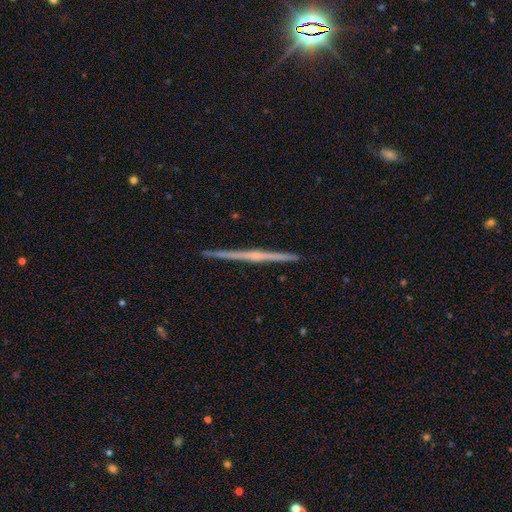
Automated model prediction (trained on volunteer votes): Overall: featured or disk (79%). Edge-on disk: yes (99%). Edge-on bulge: rounded (47%; none 45%). Merging: none (93%).